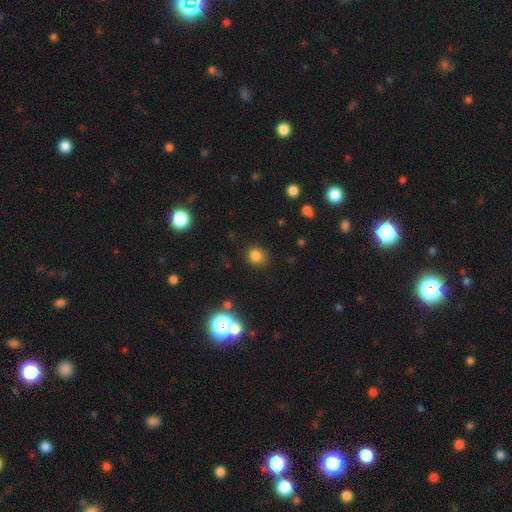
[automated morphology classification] The model was most divided on "how rounded": round: 79%, in between: 20%, cigar-shaped: 1%. More confident: merging — none (83%); smooth or featured — smooth (80%).